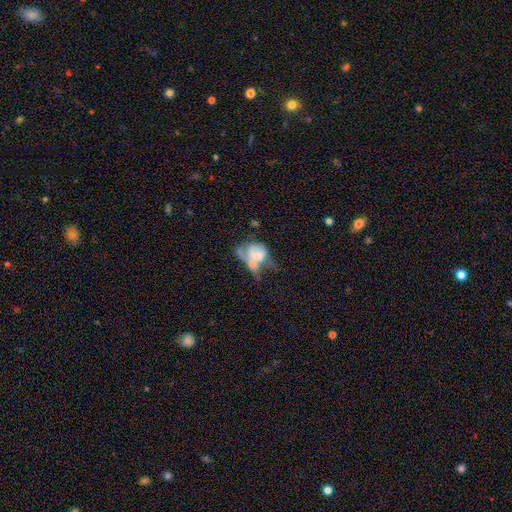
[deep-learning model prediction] This appears to be a smooth galaxy with no disk features (49%). Merging: merger (37%).